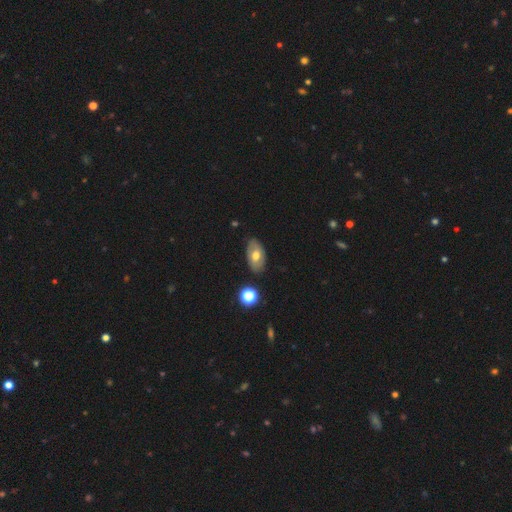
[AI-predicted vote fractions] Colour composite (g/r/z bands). It shows a smooth galaxy with no disk features (58%) that is in between round and cigar-shaped (91%). Merging: none (82%).